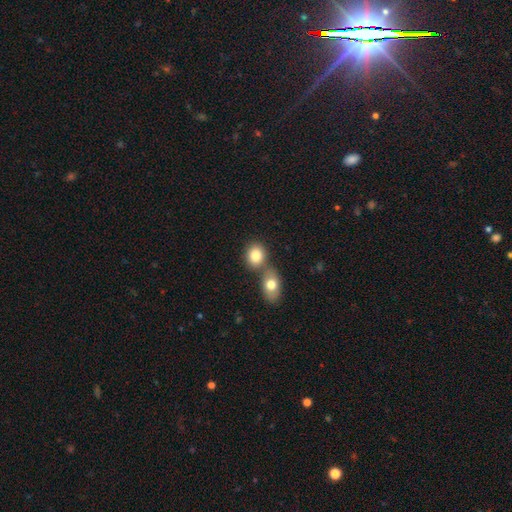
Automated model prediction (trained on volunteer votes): Smooth or featured?
  - smooth: 81% *
  - featured or disk: 10%
  - star or artifact: 8%
How rounded?
  - round: 58% *
  - in between: 41%
  - cigar-shaped: 1%
Merging?
  - merger: 46% *
  - none: 44%
  - minor disturbance: 7%
  - major disturbance: 3%